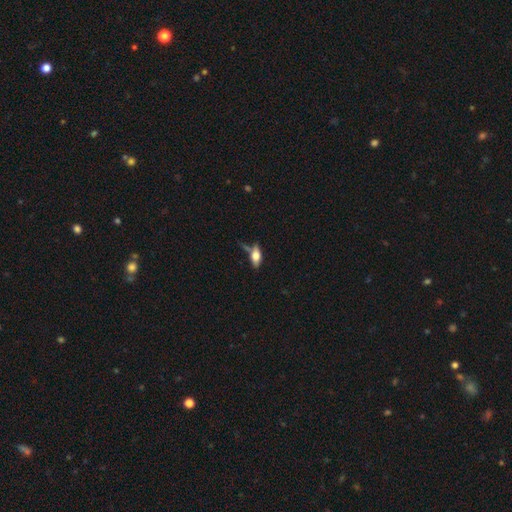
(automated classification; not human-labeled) smooth-or-featured: smooth: 60% | featured or disk: 32% | star or artifact: 9%
  how-rounded: in between: 76% | cigar-shaped: 19% | round: 5%
  merging: none: 52% | minor disturbance: 24% | merger: 13% | major disturbance: 11%